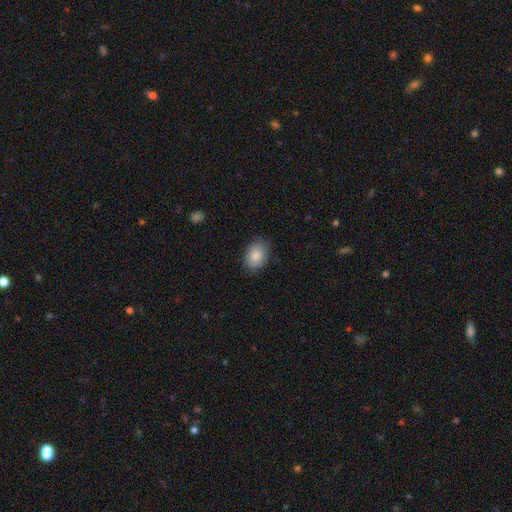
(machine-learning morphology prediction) smooth-or-featured: smooth: 86% | star or artifact: 7% | featured or disk: 7%
  how-rounded: in between: 78% | round: 21% | cigar-shaped: 1%
  merging: none: 82% | minor disturbance: 14% | major disturbance: 3% | merger: 1%